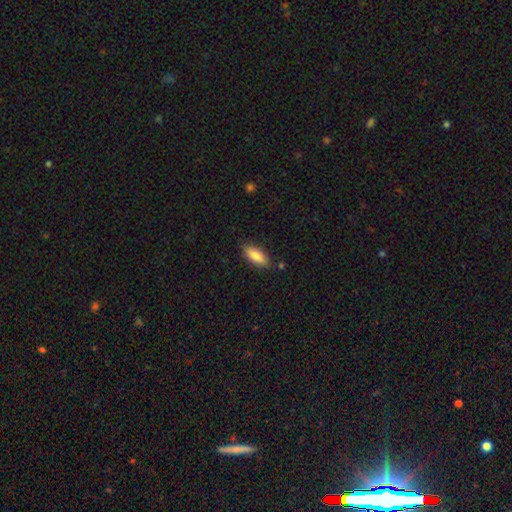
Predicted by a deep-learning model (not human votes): This appears to be a smooth galaxy with no disk features (85%) that is in between round and cigar-shaped (76%). Merging: none (83%).